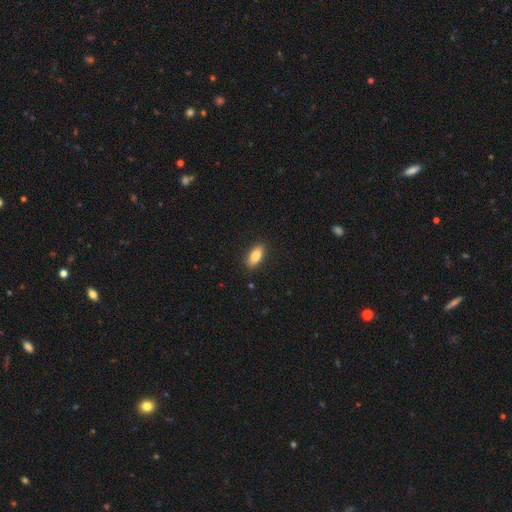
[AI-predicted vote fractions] Smooth or featured: smooth — 85% (featured or disk — 8%)
How rounded: in between — 88% (cigar-shaped — 9%)
Merging: none — 88% (minor disturbance — 9%)